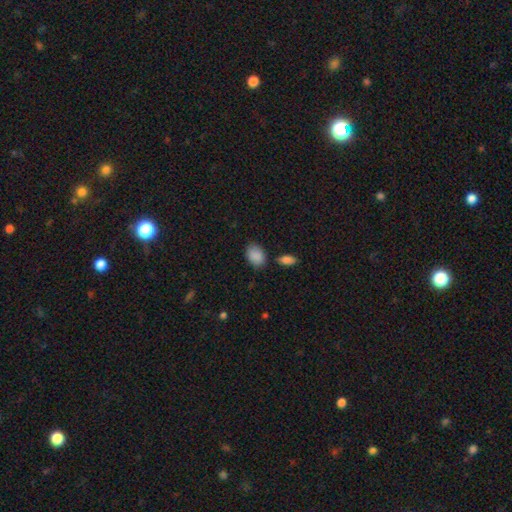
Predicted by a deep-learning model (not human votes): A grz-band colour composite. It shows a smooth galaxy with no disk features (88%) that is in between round and cigar-shaped (81%). Merging: none (71%).